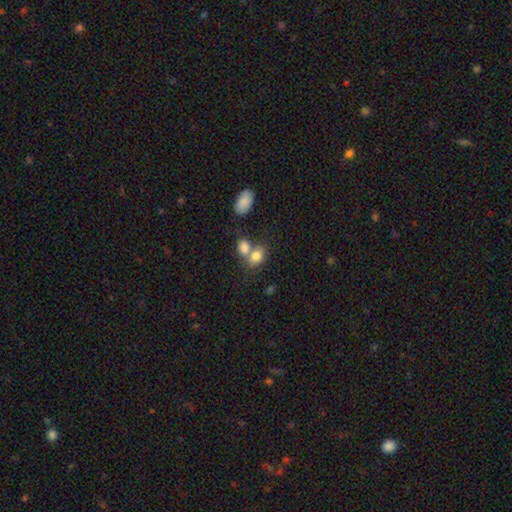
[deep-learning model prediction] smooth_or_featured: smooth (p=0.81) [alt: featured or disk p=0.10]
how_rounded: in between (p=0.67) [alt: round p=0.31]
merging: merger (p=0.52) [alt: none p=0.34]